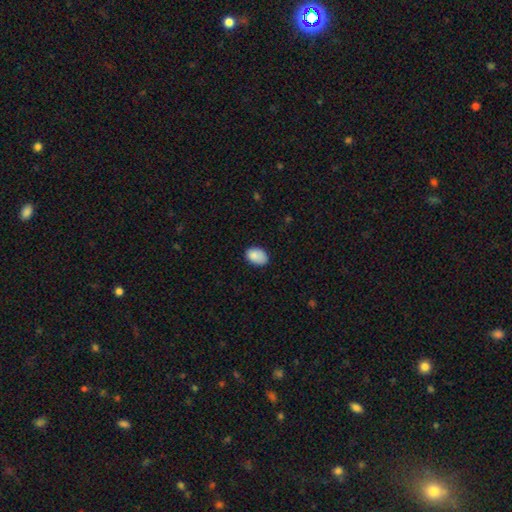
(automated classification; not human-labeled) This appears to be a smooth galaxy with no disk features (86%) that is in between round and cigar-shaped (85%). Merging: none (70%).